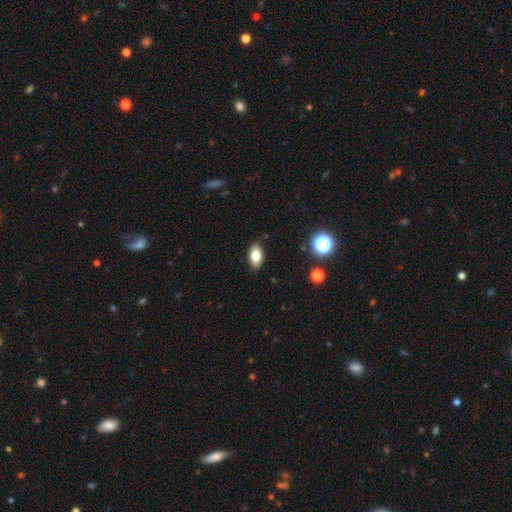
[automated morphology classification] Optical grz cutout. It shows a smooth galaxy with no disk features (79%) that is in between round and cigar-shaped (90%). Merging: none (88%).